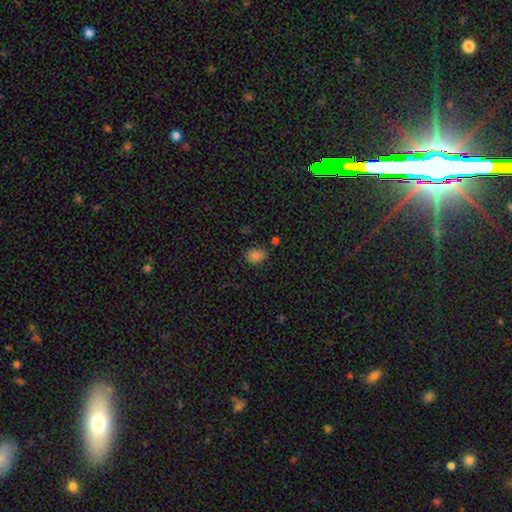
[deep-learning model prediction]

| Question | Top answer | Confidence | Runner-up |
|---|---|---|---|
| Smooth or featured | smooth | 81% | star or artifact (12%) |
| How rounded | in between | 60% | round (38%) |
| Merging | none | 74% | minor disturbance (19%) |